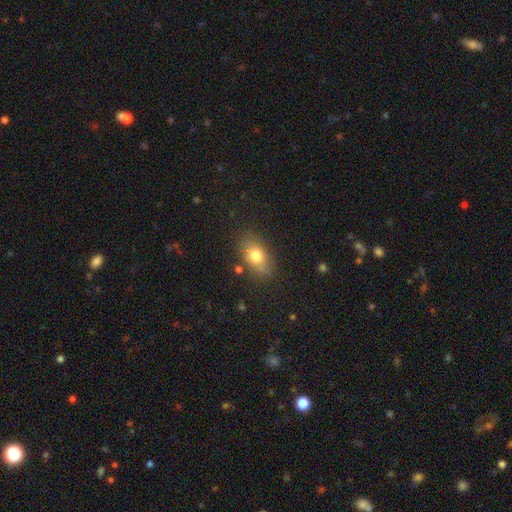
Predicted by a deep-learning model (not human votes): Overall: smooth (76%). How rounded: in between (79%). Merging: none (76%).